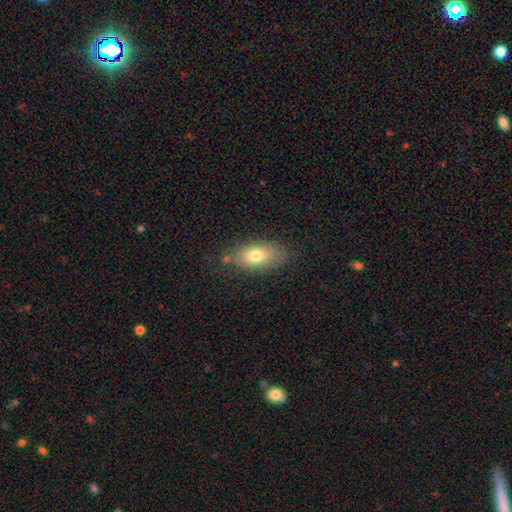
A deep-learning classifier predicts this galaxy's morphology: This appears to be a smooth galaxy with no disk features (74%) that is in between round and cigar-shaped (87%). Merging: none (74%).